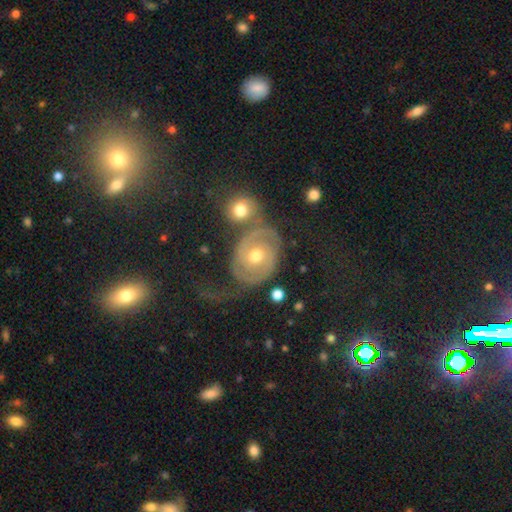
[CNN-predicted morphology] smooth-or-featured: featured or disk: 76% | smooth: 15% | star or artifact: 8%
  disk-edge-on: no: 97% | yes: 3%
    bar: no: 69% | weak: 25% | strong: 6%
    has-spiral-arms: yes: 88% | no: 12%
      spiral-winding: tight: 51% | medium: 36% | loose: 14%
      spiral-arm-count: 2: 79% | can't tell: 10% | 1: 4% | 3: 3% | 4: 2% | more than 4: 2%
    bulge-size: moderate: 74% | small: 19% | large: 4% | none: 1% | dominant: 1%
  merging: none: 47% | merger: 19% | minor disturbance: 17% | major disturbance: 16%